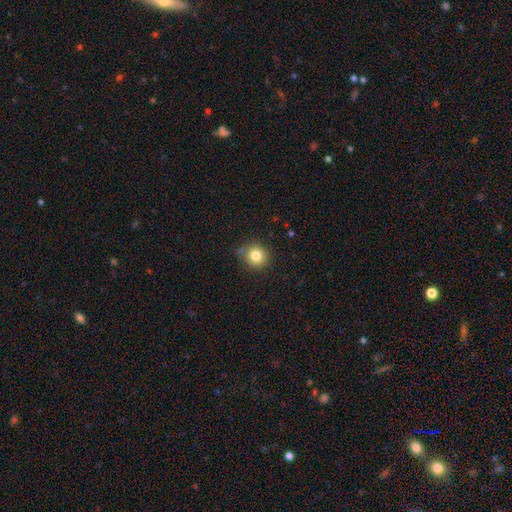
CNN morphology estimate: A smooth galaxy with no disk features (81%) that is round (91%). Merging: none (81%).